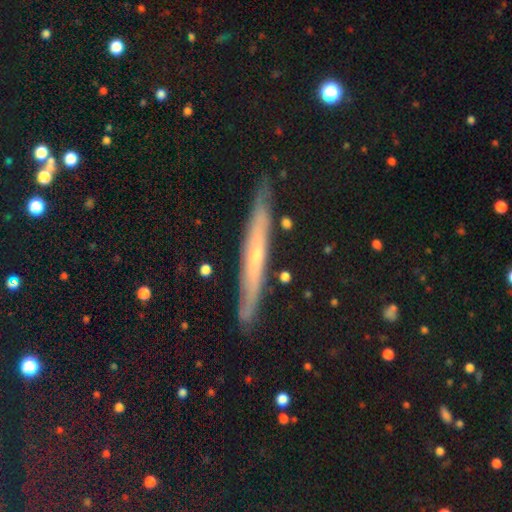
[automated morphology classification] Smooth or featured?
  - featured or disk: 65% *
  - smooth: 24%
  - star or artifact: 11%
Edge-on disk?
  - yes: 89% *
  - no: 11%
Edge-on bulge?
  - rounded: 49% *
  - none: 47%
  - boxy: 4%
Merging?
  - none: 88% *
  - minor disturbance: 10%
  - major disturbance: 2%
  - merger: 1%